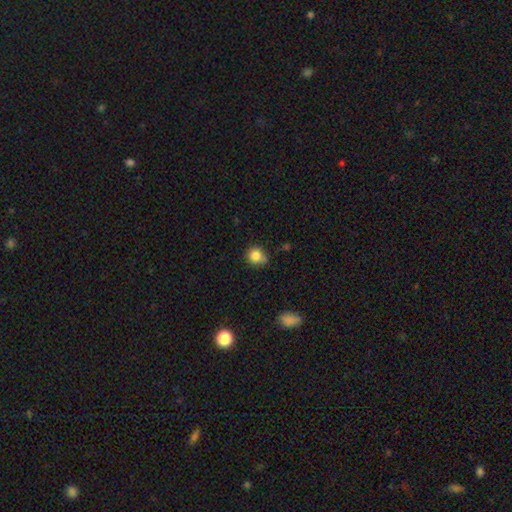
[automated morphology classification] A smooth galaxy with no disk features (83%) that is round (87%). Merging: none (67%).